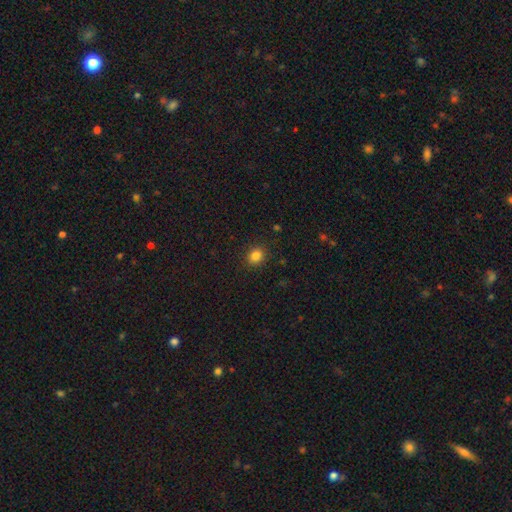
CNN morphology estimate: A smooth galaxy with no disk features (84%) that is round (71%). Merging: none (90%).